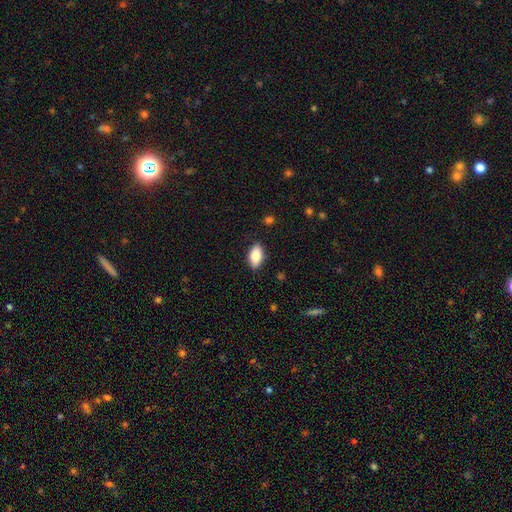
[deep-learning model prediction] smooth-or-featured: smooth: 82% | featured or disk: 11% | star or artifact: 7%
  how-rounded: in between: 91% | cigar-shaped: 6% | round: 4%
  merging: none: 86% | minor disturbance: 11% | major disturbance: 2% | merger: 1%